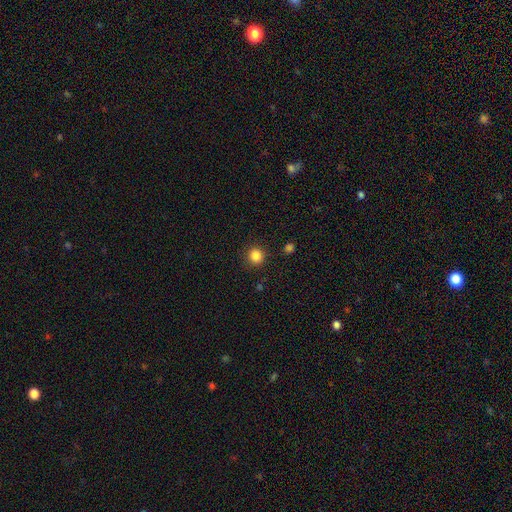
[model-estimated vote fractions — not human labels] smooth 85%, star or artifact 11%, featured or disk 4%. Down the decision tree: how rounded — round (93%); merging — none (90%).